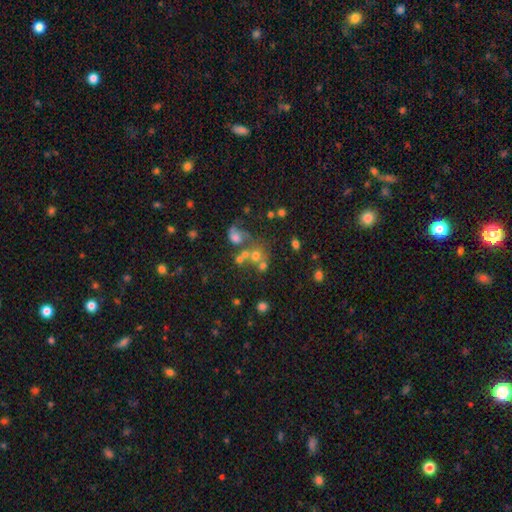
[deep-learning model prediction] smooth 55%, featured or disk 24%, star or artifact 21%. Down the decision tree: how rounded — round (75%); merging — none (40%).